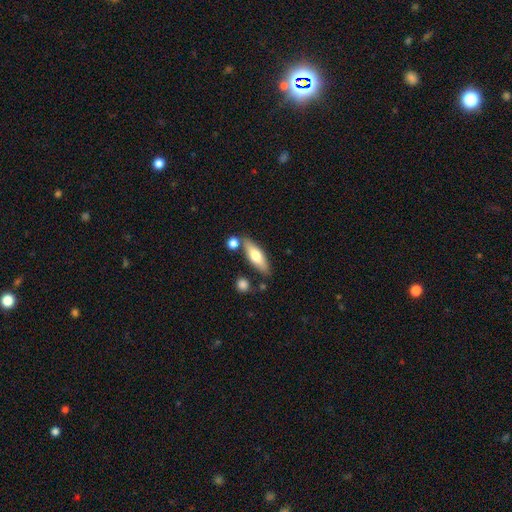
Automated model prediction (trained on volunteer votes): Smooth or featured: smooth — 61% (featured or disk — 33%)
How rounded: in between — 51% (cigar-shaped — 47%)
Merging: none — 74% (minor disturbance — 13%)